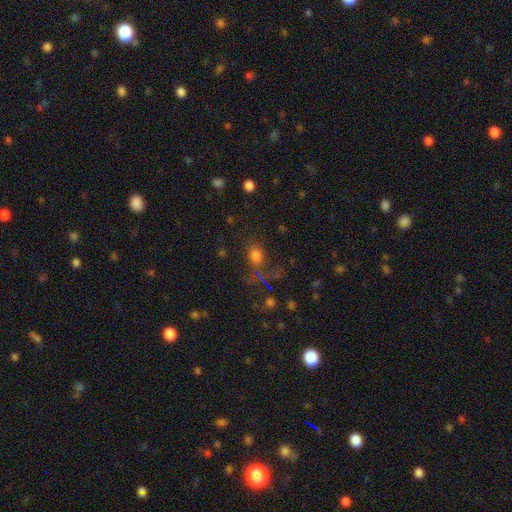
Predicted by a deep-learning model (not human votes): Morphology: type=smooth (72%); roundness=in between (56%); merging=none (66%).